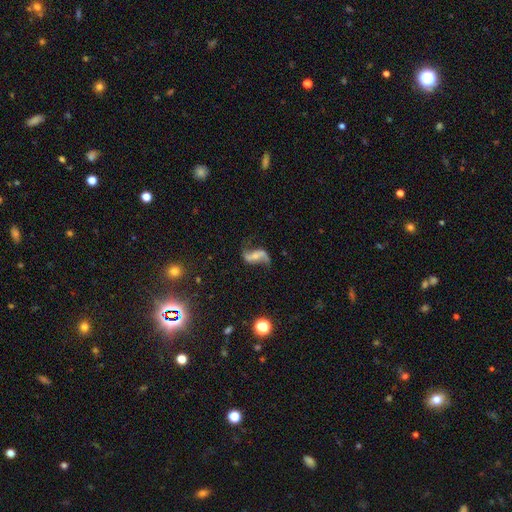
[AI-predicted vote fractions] Smooth or featured: featured or disk — 83% (smooth — 9%)
Edge-on disk: no — 96% (yes — 4%)
Bar: strong — 35% (weak — 34%)
Spiral arms: yes — 94% (no — 6%)
Spiral winding: loose — 84% (medium — 13%)
Spiral arm count: 2 — 92% (1 — 3%)
Bulge size: small — 50% (moderate — 25%)
Merging: none — 70% (minor disturbance — 15%)